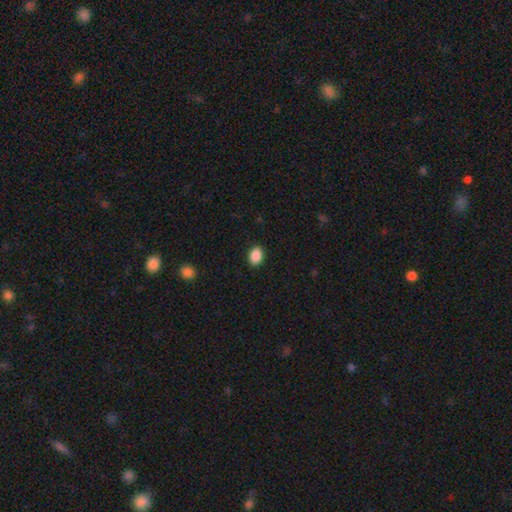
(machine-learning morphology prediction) A smooth galaxy with no disk features (90%) that is in between round and cigar-shaped (77%). Merging: none (90%).